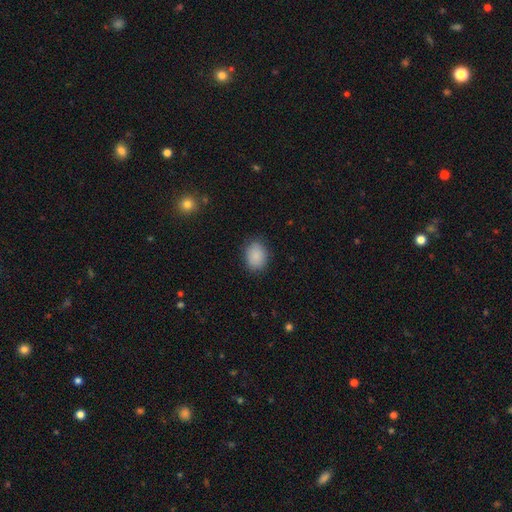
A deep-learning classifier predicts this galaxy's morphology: A smooth galaxy with no disk features (89%) that is in between round and cigar-shaped (66%).

Vote fractions:
- Smooth or featured? smooth: 89% / star or artifact: 8% / featured or disk: 3%
- How rounded? in between: 66% / round: 33% / cigar-shaped: 1%
- Merging? none: 84% / minor disturbance: 12% / major disturbance: 3% / merger: 1%